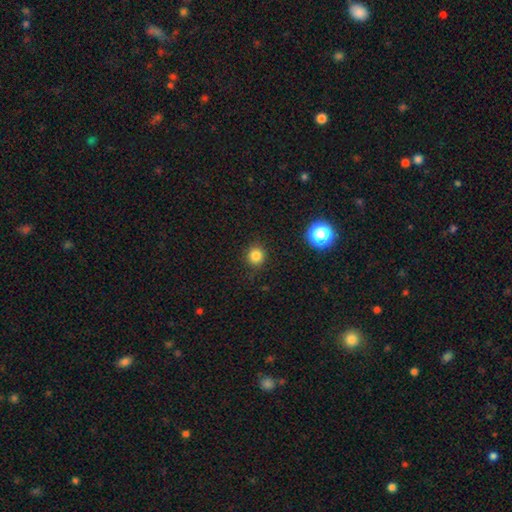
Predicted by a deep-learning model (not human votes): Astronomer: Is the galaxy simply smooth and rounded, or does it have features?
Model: smooth — 82%.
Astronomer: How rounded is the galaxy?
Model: round — 91%.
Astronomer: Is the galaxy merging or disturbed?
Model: none — 89%.